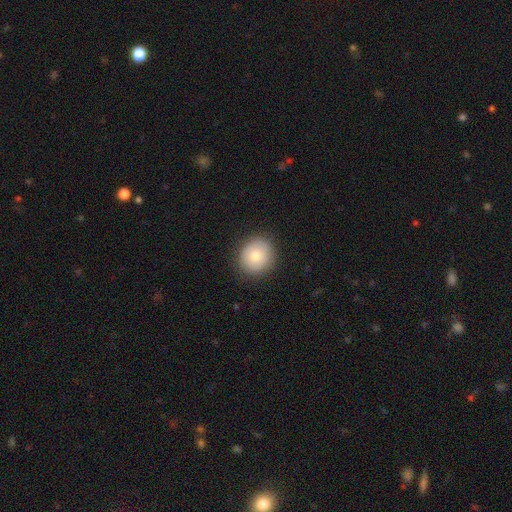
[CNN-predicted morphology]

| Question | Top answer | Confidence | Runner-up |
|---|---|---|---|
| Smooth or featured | smooth | 77% | featured or disk (14%) |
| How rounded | round | 85% | in between (14%) |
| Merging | none | 87% | minor disturbance (10%) |